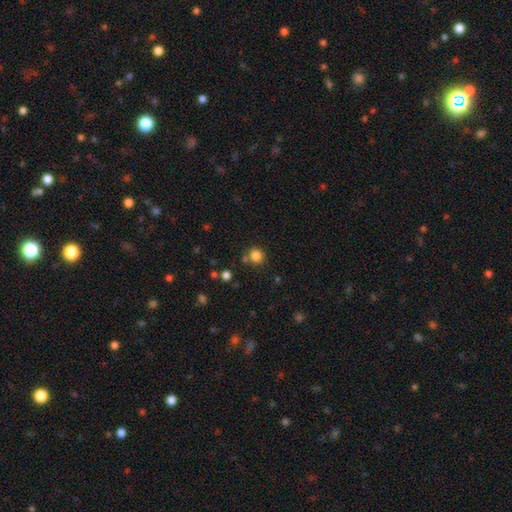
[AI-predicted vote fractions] Smooth or featured? Predicted: smooth (p=0.82). How rounded? Predicted: round (p=0.87). Merging? Predicted: none (p=0.73).